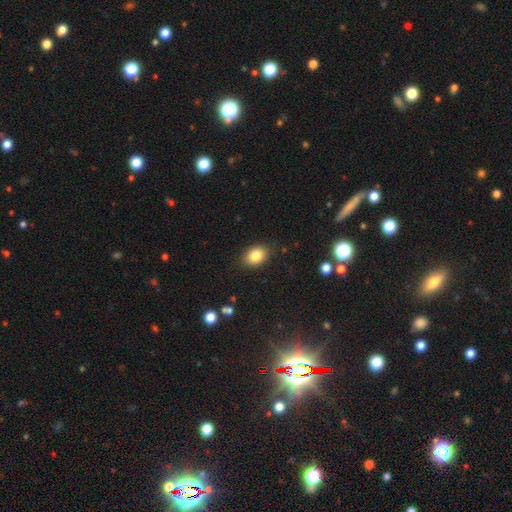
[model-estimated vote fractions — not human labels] The model was most divided on "how rounded": in between: 77%, round: 22%, cigar-shaped: 1%. More confident: merging — none (85%); smooth or featured — smooth (84%).